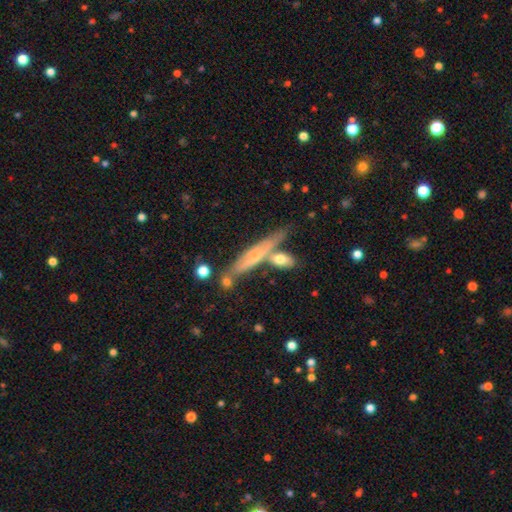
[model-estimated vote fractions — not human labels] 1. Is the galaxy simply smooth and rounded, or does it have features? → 52% featured or disk, 41% smooth, 7% star or artifact.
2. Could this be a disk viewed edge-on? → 83% yes, 17% no.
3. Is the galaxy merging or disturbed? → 60% none, 19% merger, 16% minor disturbance, 5% major disturbance.